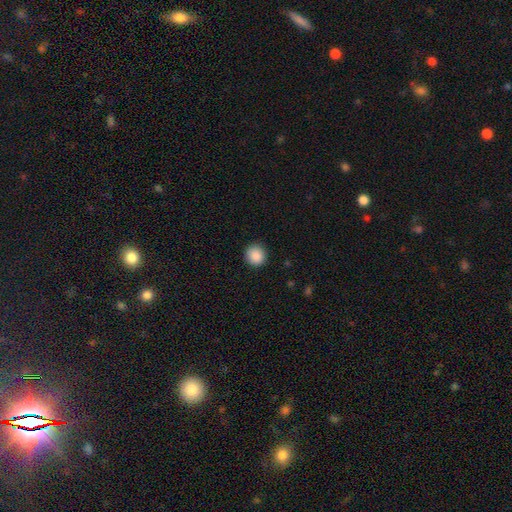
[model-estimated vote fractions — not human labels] A smooth galaxy with no disk features (88%) that is round (91%).

Vote fractions:
- Smooth or featured? smooth: 88% / star or artifact: 9% / featured or disk: 3%
- How rounded? round: 91% / in between: 8% / cigar-shaped: 1%
- Merging? none: 90% / minor disturbance: 7% / major disturbance: 2% / merger: 1%